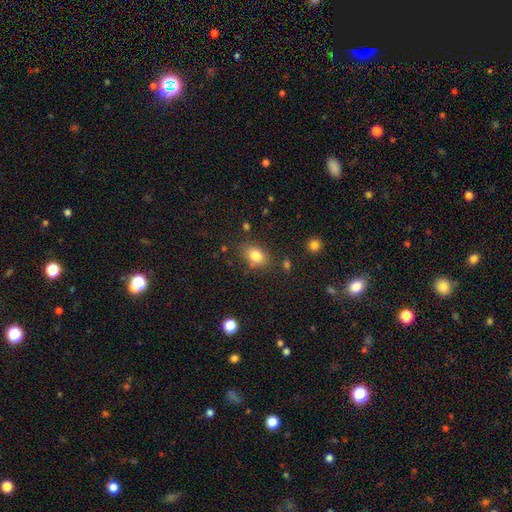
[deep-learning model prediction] The model was most divided on "how rounded": in between: 77%, round: 21%, cigar-shaped: 2%. More confident: smooth or featured — smooth (81%); merging — none (75%).